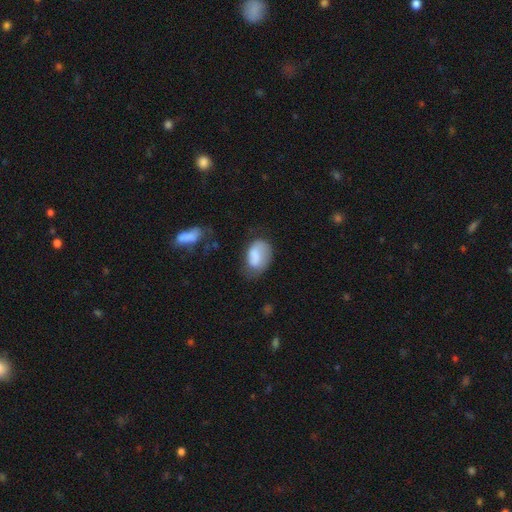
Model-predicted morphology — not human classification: Overall: smooth (72%). How rounded: in between (85%). Merging: none (43%; minor disturbance 31%).